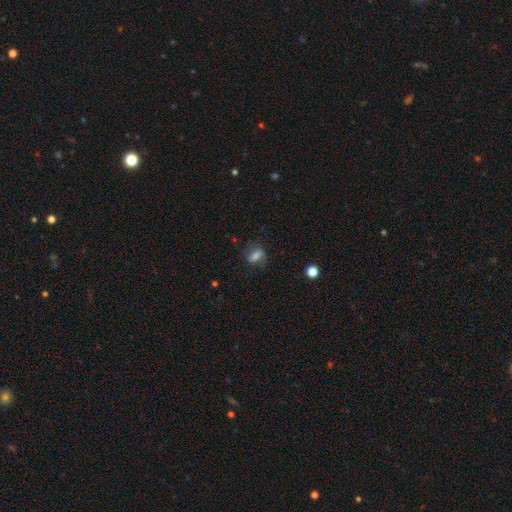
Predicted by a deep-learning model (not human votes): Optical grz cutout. It shows a smooth galaxy with no disk features (64%) that is in between round and cigar-shaped (70%). Merging: none (68%).